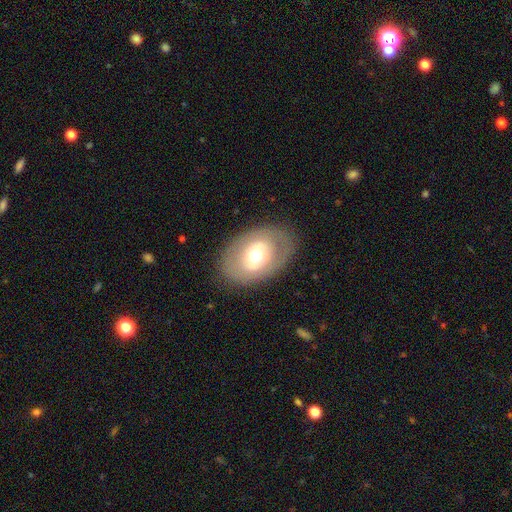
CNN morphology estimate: Overall: smooth (47%; featured or disk 45%). Merging: none (82%).